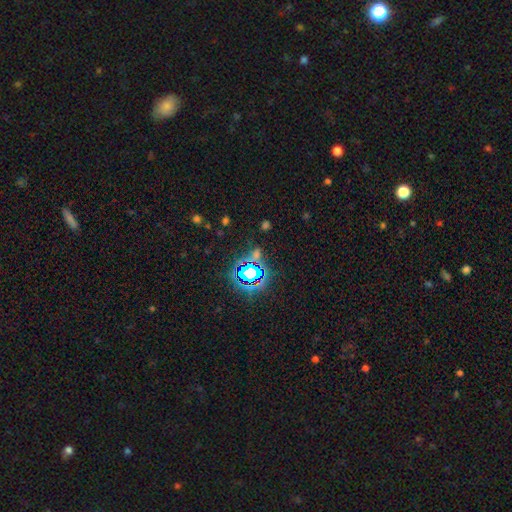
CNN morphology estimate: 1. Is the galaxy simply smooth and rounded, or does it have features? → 68% star or artifact, 23% smooth, 9% featured or disk.